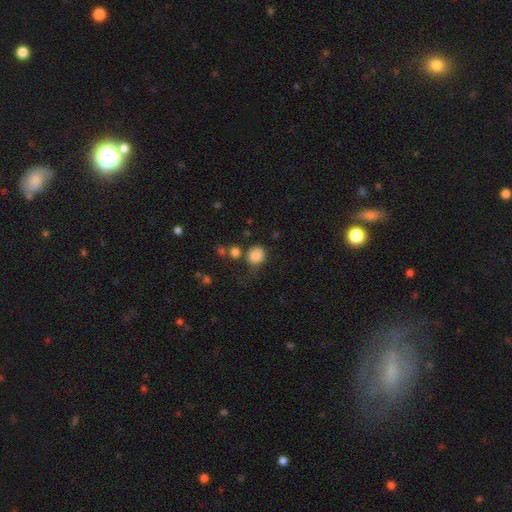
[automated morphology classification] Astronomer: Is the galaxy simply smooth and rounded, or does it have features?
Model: smooth — 84%.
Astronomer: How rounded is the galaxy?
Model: round — 79%.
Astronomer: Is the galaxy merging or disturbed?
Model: none — 56%.